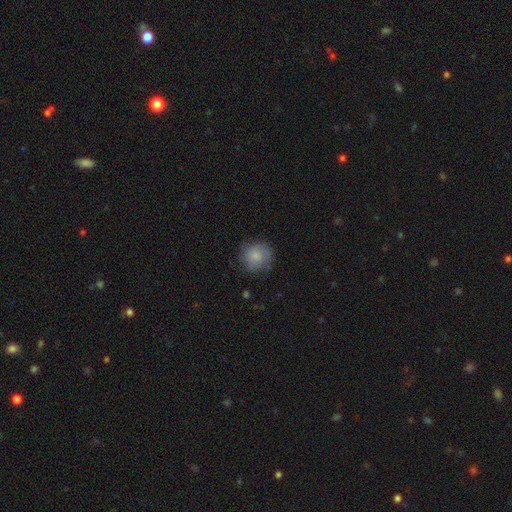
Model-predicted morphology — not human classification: Q: Smooth or featured?
A: smooth (79%); runner-up: featured or disk (13%)
Q: How rounded?
A: round (89%); runner-up: in between (10%)
Q: Merging?
A: none (73%); runner-up: minor disturbance (20%)